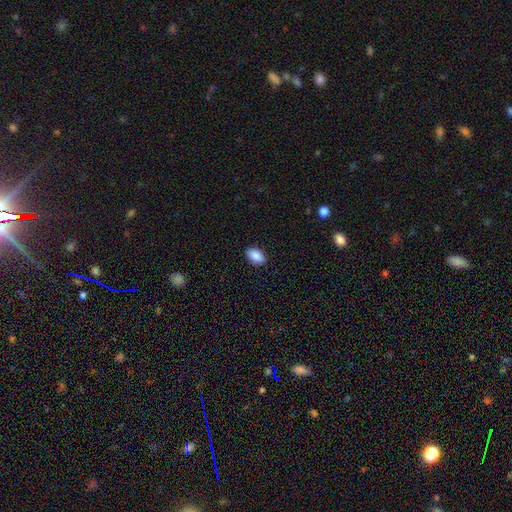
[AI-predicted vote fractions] Smooth or featured?
  - smooth: 90% *
  - star or artifact: 7%
  - featured or disk: 4%
How rounded?
  - in between: 93% *
  - round: 6%
  - cigar-shaped: 1%
Merging?
  - none: 89% *
  - minor disturbance: 8%
  - major disturbance: 2%
  - merger: 1%